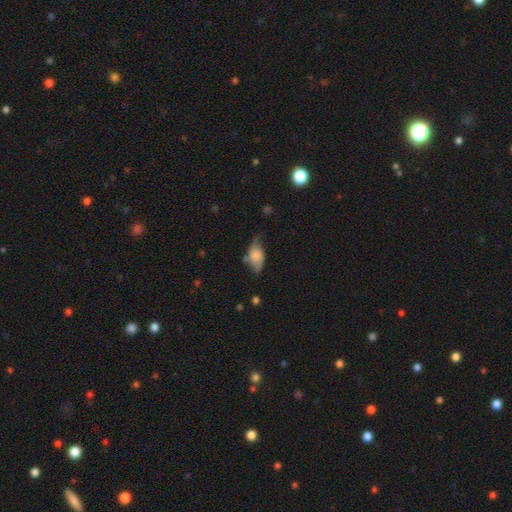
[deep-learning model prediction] Smooth or featured: smooth — 53% (featured or disk — 39%)
How rounded: in between — 87% (round — 7%)
Merging: none — 44% (minor disturbance — 34%)